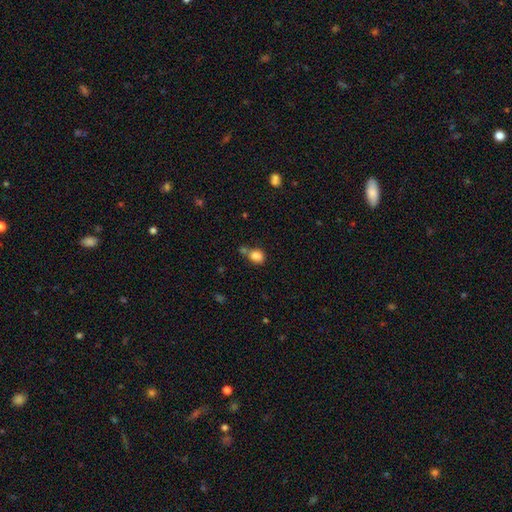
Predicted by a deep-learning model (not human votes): Morphology: type=smooth (83%); roundness=in between (50%); merging=none (44%).